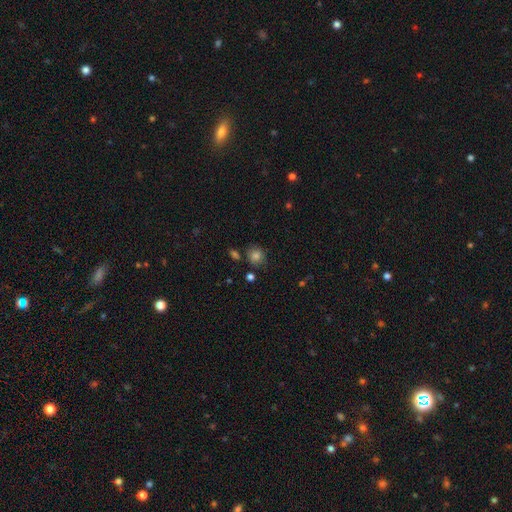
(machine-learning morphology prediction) Smooth or featured? smooth (81%)
How rounded? round (82%)
Merging? none (75%)